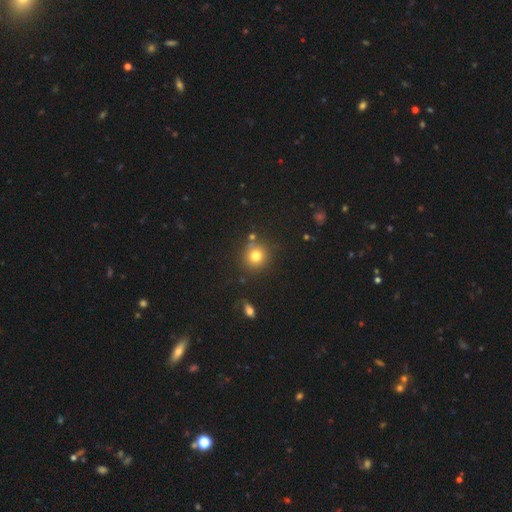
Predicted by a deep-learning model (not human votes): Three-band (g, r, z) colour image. It shows a smooth galaxy with no disk features (77%) that is round (90%). Merging: none (81%).